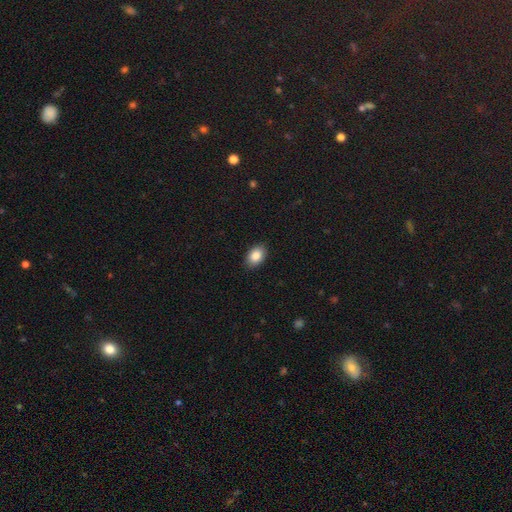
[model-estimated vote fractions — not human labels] Smooth or featured? smooth (86%)
How rounded? in between (85%)
Merging? none (89%)